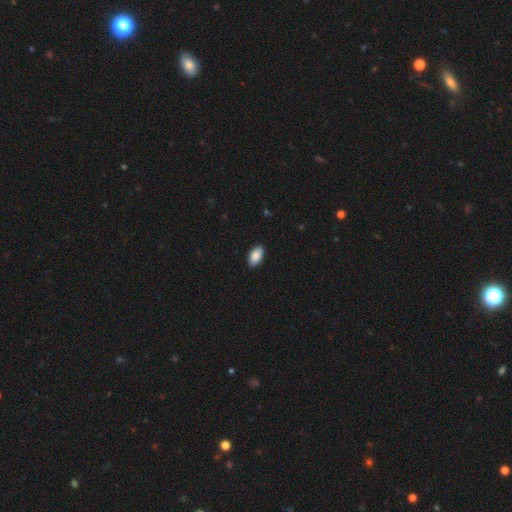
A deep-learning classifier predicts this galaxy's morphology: This appears to be a smooth galaxy with no disk features (89%) that is in between round and cigar-shaped (95%). Merging: none (90%).